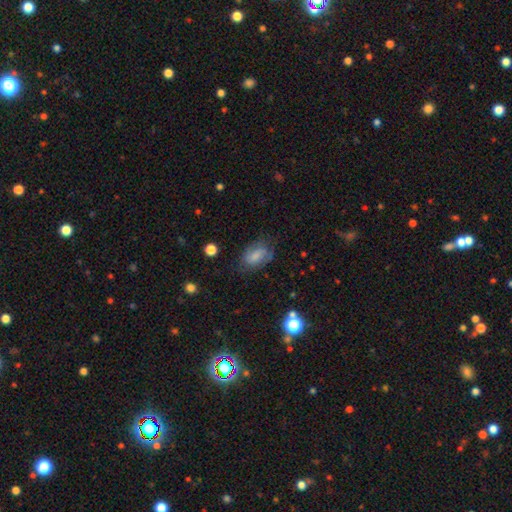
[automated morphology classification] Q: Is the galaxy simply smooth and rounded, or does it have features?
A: smooth — 70%.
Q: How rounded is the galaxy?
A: in between — 87%.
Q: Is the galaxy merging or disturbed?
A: none — 61%.